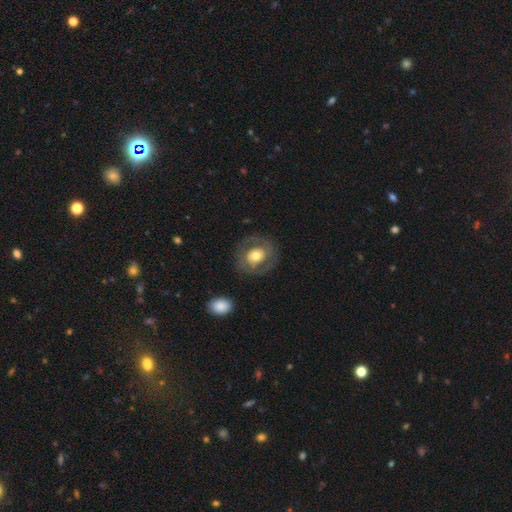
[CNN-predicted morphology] smooth_or_featured: featured or disk (p=0.50) [alt: smooth p=0.44]
merging: none (p=0.78) [alt: minor disturbance p=0.12]